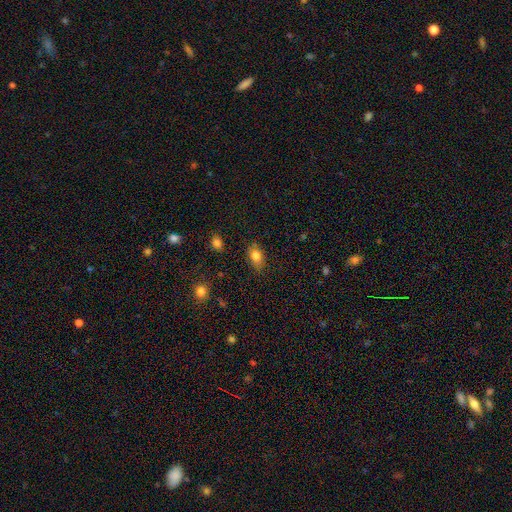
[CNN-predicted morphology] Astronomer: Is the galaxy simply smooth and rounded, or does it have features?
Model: smooth — 81%.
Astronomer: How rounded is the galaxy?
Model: in between — 84%.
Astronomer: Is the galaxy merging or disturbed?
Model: none — 82%.